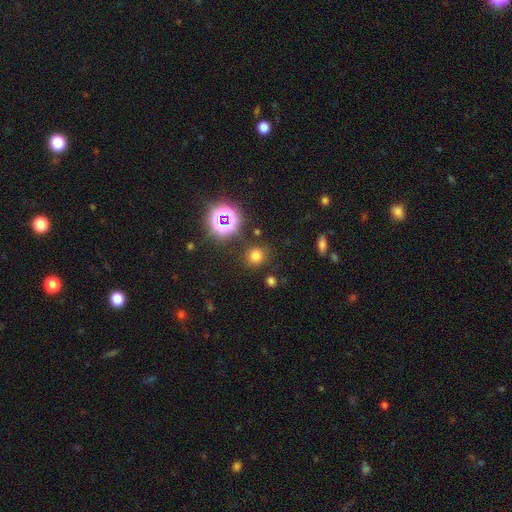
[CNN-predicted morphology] Smooth or featured? Predicted: smooth (p=0.71). How rounded? Predicted: round (p=0.87). Merging? Predicted: none (p=0.84).